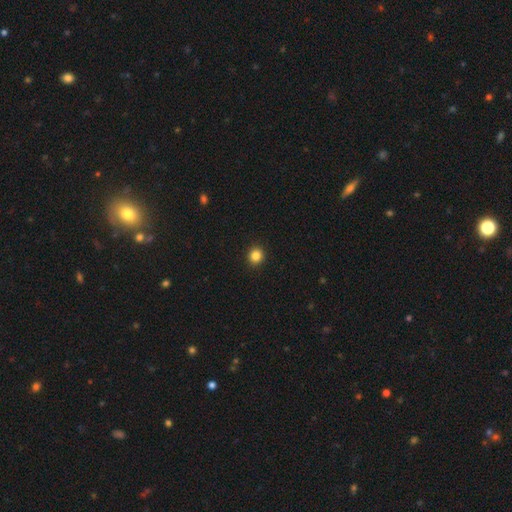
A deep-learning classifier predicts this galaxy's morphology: Smooth or featured? smooth (85%)
How rounded? round (88%)
Merging? none (93%)